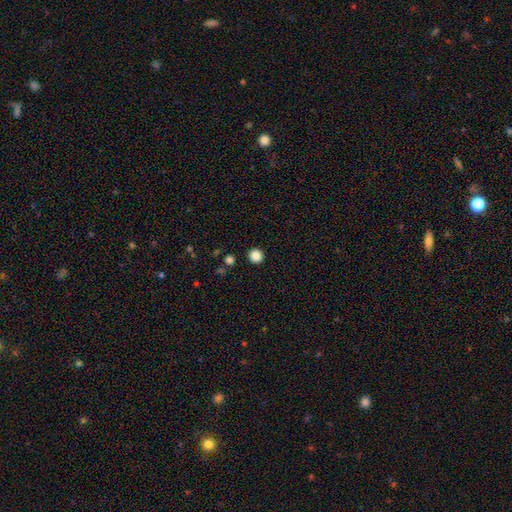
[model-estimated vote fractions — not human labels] Morphology: type=smooth (86%); roundness=round (95%); merging=none (93%).